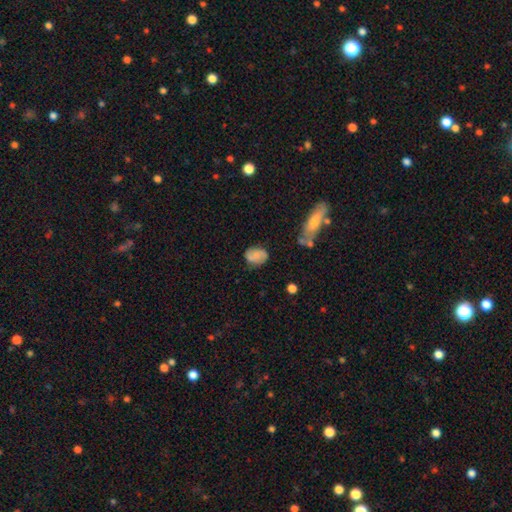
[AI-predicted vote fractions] Smooth or featured?
  - smooth: 56% *
  - featured or disk: 35%
  - star or artifact: 9%
How rounded?
  - in between: 69% *
  - round: 29%
  - cigar-shaped: 2%
Merging?
  - none: 68% *
  - minor disturbance: 22%
  - major disturbance: 6%
  - merger: 4%